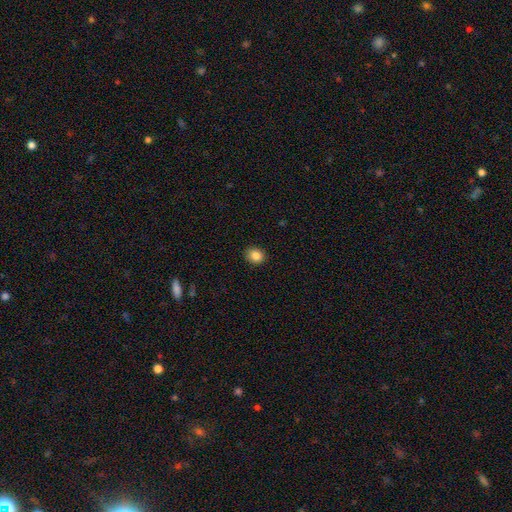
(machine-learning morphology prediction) Q: Smooth or featured?
A: smooth (86%); runner-up: star or artifact (10%)
Q: How rounded?
A: round (66%); runner-up: in between (33%)
Q: Merging?
A: none (88%); runner-up: minor disturbance (9%)